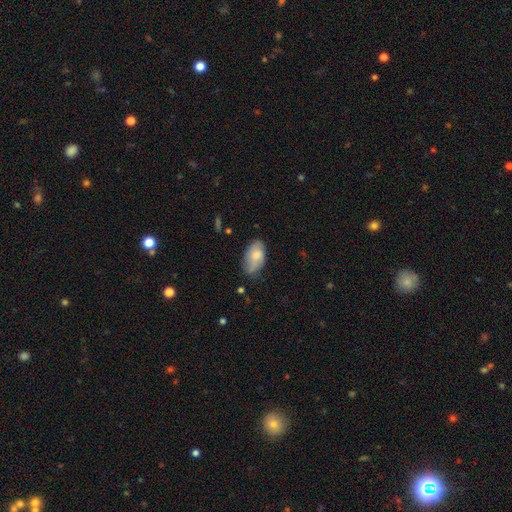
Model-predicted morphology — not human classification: Smooth or featured? smooth (66%)
How rounded? in between (94%)
Merging? none (62%)